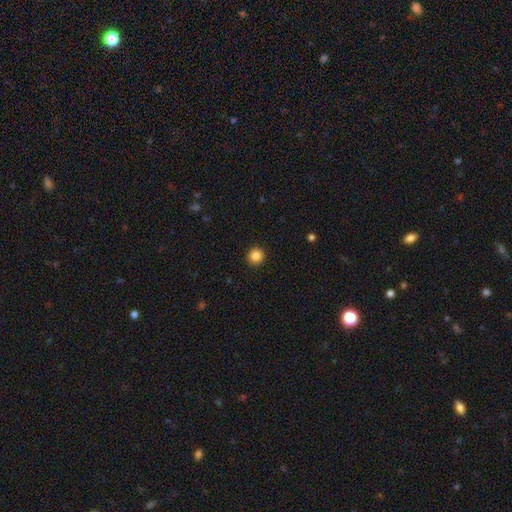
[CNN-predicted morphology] smooth-or-featured: smooth: 86% | star or artifact: 11% | featured or disk: 4%
  how-rounded: round: 95% | in between: 4% | cigar-shaped: 1%
  merging: none: 93% | minor disturbance: 5% | major disturbance: 2% | merger: 1%